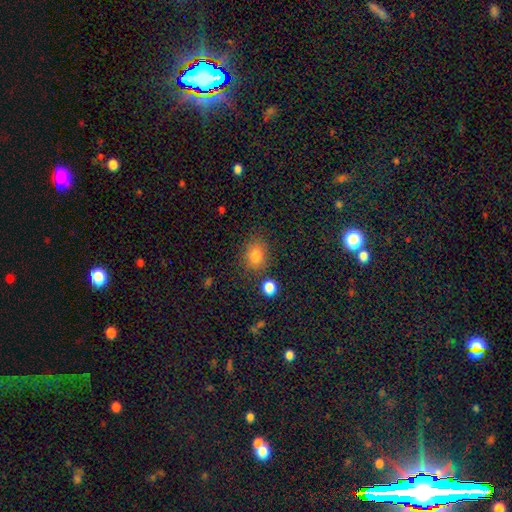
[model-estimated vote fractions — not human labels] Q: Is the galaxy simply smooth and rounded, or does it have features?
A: smooth — 81%.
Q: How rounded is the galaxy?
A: round — 56%.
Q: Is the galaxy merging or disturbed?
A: none — 78%.